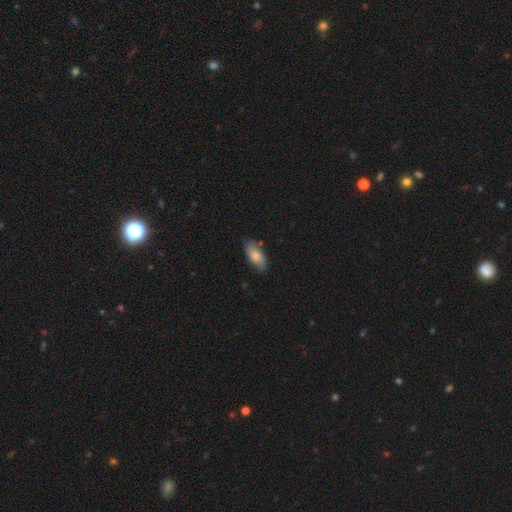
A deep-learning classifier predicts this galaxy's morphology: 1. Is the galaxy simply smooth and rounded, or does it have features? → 75% smooth, 18% featured or disk, 6% star or artifact.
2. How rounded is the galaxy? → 87% in between, 10% cigar-shaped, 3% round.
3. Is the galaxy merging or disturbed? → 74% none, 20% minor disturbance, 3% major disturbance, 3% merger.